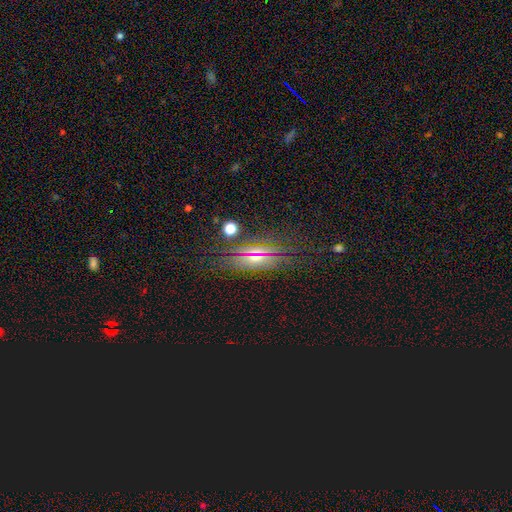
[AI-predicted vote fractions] This appears to be a smooth galaxy with no disk features (55%) that is in between round and cigar-shaped (76%). Merging: none (77%).